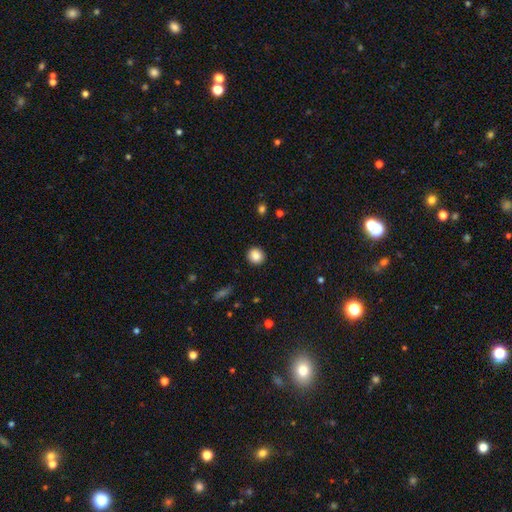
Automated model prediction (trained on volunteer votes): Overall: smooth (86%). How rounded: round (90%). Merging: none (92%).